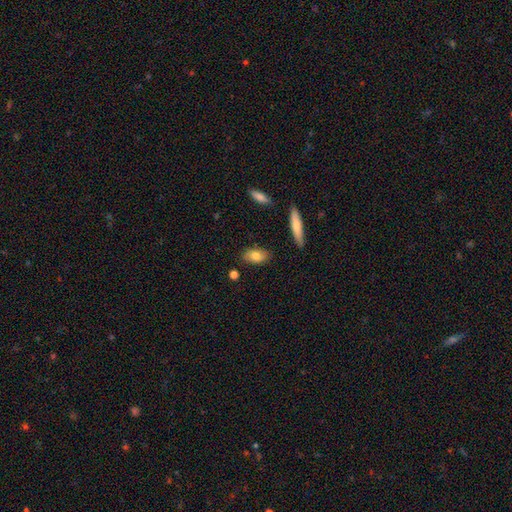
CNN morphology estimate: Overall: smooth (77%). How rounded: in between (88%). Merging: none (83%).